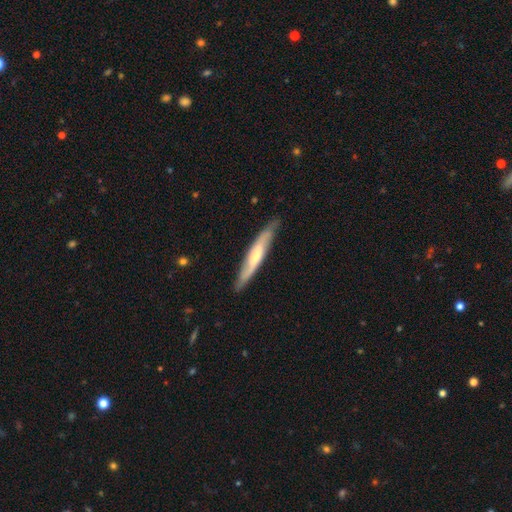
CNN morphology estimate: A featured or disk galaxy (51%) viewed edge-on (67%).

Vote fractions:
- Smooth or featured? featured or disk: 51% / smooth: 44% / star or artifact: 5%
- Edge-on disk? yes: 67% / no: 33%
- Merging? none: 81% / minor disturbance: 15% / major disturbance: 3% / merger: 1%